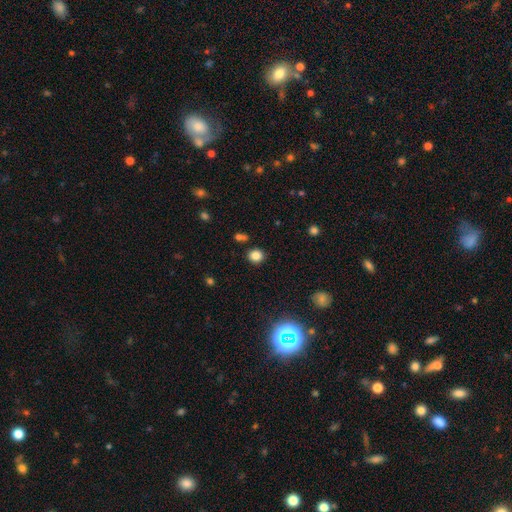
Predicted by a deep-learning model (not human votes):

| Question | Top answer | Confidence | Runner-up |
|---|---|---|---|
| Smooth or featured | smooth | 82% | star or artifact (13%) |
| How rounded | round | 86% | in between (13%) |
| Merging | none | 87% | minor disturbance (7%) |